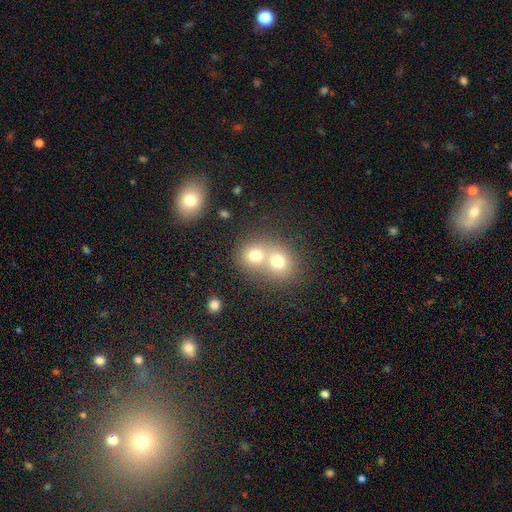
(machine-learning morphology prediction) smooth_or_featured: smooth (p=0.71) [alt: featured or disk p=0.15]
how_rounded: round (p=0.75) [alt: in between p=0.24]
merging: merger (p=0.62) [alt: none p=0.31]